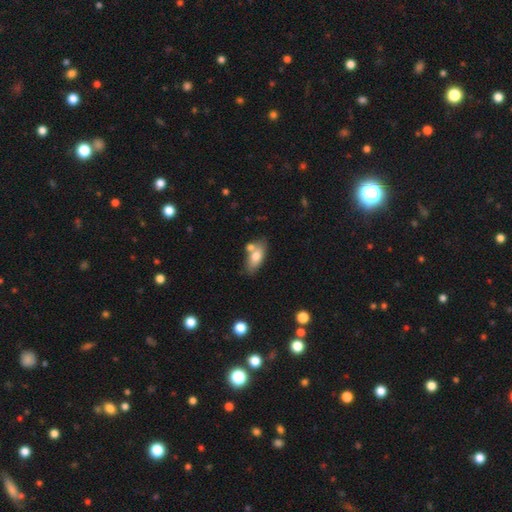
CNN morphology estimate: Smooth or featured?
  - smooth: 72% *
  - featured or disk: 21%
  - star or artifact: 7%
How rounded?
  - in between: 82% *
  - cigar-shaped: 14%
  - round: 4%
Merging?
  - none: 59% *
  - merger: 22%
  - minor disturbance: 15%
  - major disturbance: 4%